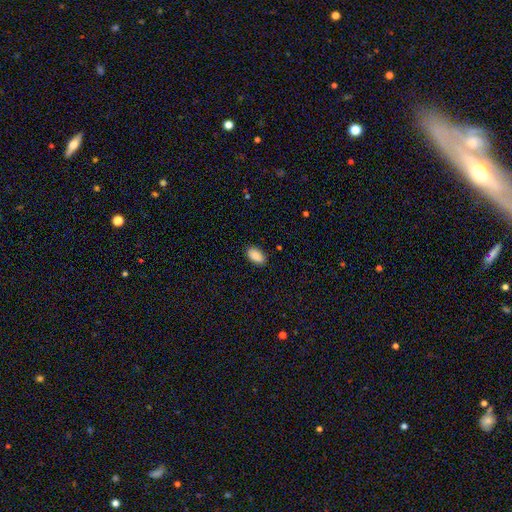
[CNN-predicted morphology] A smooth galaxy with no disk features (90%) that is in between round and cigar-shaped (94%).

Vote fractions:
- Smooth or featured? smooth: 90% / star or artifact: 7% / featured or disk: 3%
- How rounded? in between: 94% / round: 4% / cigar-shaped: 2%
- Merging? none: 88% / minor disturbance: 9% / major disturbance: 2% / merger: 1%